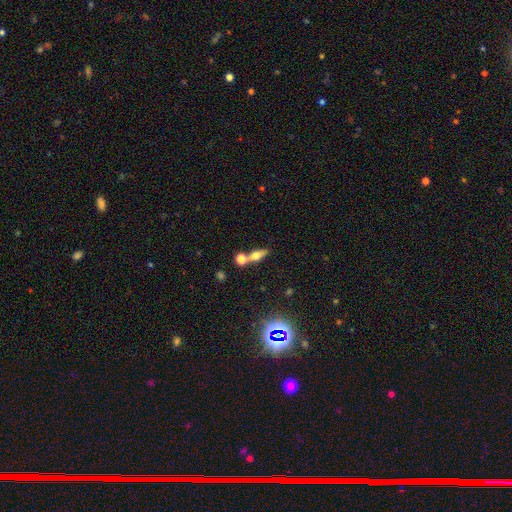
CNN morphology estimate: This is possibly a smooth galaxy (52%). How rounded: possibly in between (46%). Merging: possibly none (51%).